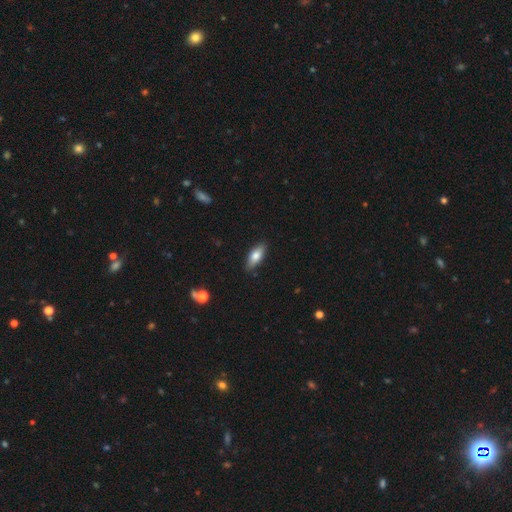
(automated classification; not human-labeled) Overall: smooth (76%). How rounded: in between (78%). Merging: none (86%).